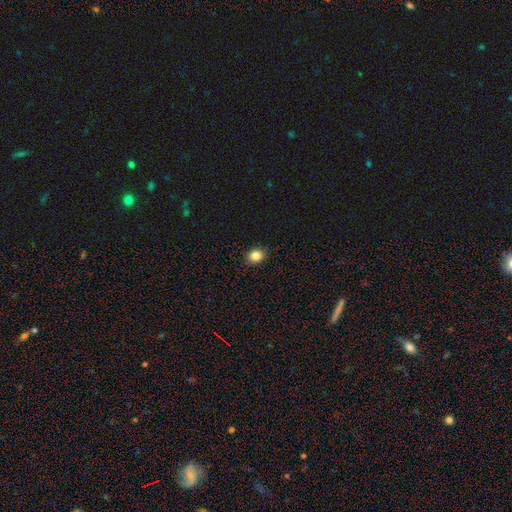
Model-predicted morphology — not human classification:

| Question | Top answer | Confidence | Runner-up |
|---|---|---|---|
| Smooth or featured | smooth | 84% | star or artifact (11%) |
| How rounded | round | 60% | in between (39%) |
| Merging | none | 89% | minor disturbance (8%) |